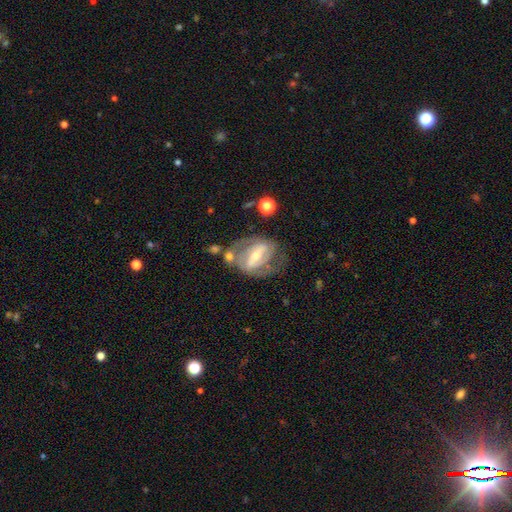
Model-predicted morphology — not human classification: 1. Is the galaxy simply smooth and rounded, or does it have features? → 82% featured or disk, 12% smooth, 6% star or artifact.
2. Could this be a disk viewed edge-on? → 94% no, 6% yes.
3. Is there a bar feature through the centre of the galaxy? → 63% strong, 27% weak, 11% no.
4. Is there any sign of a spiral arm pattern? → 84% yes, 16% no.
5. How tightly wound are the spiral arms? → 46% medium, 37% tight, 17% loose.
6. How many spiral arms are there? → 78% 2, 13% can't tell, 4% 3, 4% 1, 1% 4, 1% more than 4.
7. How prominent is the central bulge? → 47% small (tied), 47% moderate (tied), 4% large, 2% none, 1% dominant.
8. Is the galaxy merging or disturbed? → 55% none, 19% minor disturbance, 17% major disturbance, 9% merger.